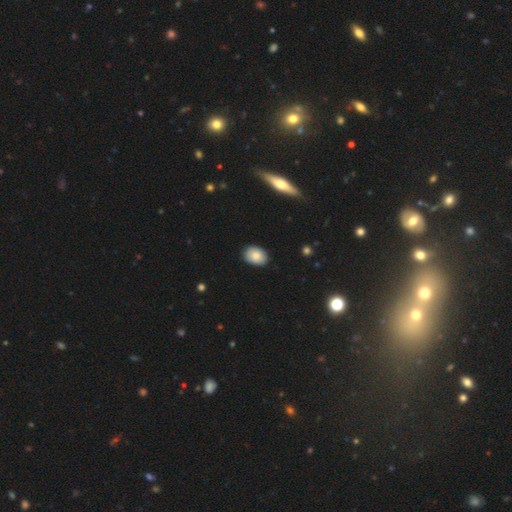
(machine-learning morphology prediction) Smooth or featured? Predicted: smooth (p=0.84). How rounded? Predicted: in between (p=0.76). Merging? Predicted: none (p=0.87).